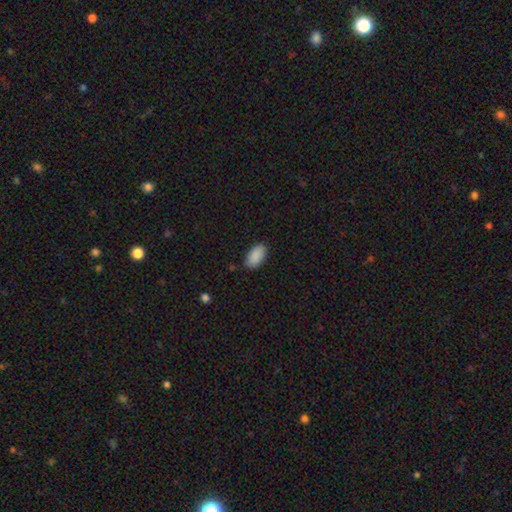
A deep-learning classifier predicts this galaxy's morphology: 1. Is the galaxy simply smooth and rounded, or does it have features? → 90% smooth, 7% star or artifact, 3% featured or disk.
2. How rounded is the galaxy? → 95% in between, 3% round, 2% cigar-shaped.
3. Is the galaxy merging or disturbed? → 84% none, 12% minor disturbance, 3% major disturbance, 1% merger.